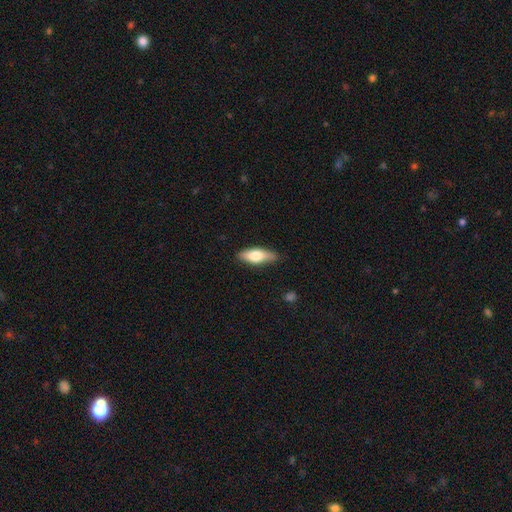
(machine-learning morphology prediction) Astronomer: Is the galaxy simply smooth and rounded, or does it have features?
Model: smooth — 67%.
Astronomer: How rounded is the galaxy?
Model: in between — 60% (runner-up: cigar-shaped, 37%).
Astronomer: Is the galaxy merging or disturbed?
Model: none — 83%.